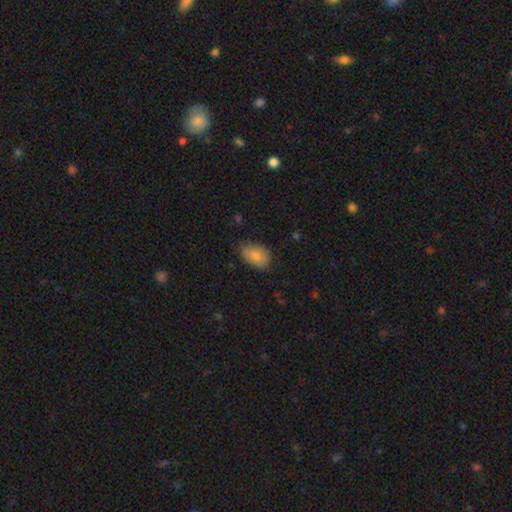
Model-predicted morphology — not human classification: type=smooth (85%); roundness=in between (91%); merging=none (70%).